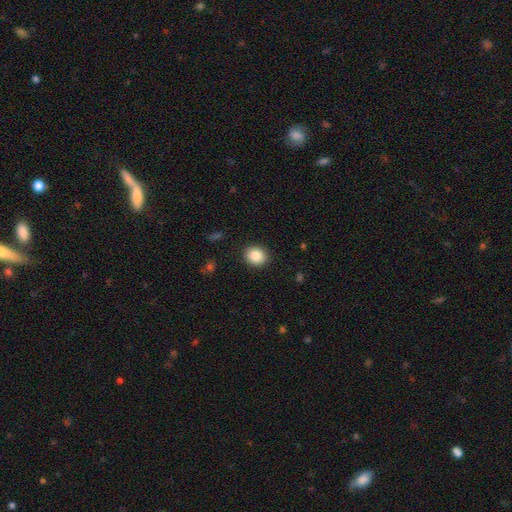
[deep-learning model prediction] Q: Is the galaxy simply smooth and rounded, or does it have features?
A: smooth — 86%.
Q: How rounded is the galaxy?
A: round — 71%.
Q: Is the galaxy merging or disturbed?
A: none — 91%.